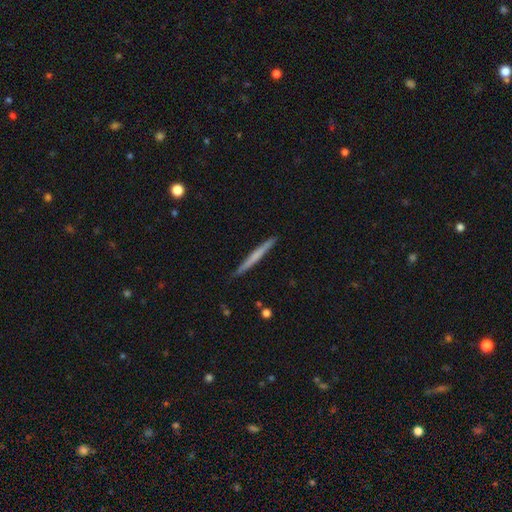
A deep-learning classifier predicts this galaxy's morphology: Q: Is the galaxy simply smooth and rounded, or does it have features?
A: smooth — 54%.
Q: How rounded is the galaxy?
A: cigar-shaped — 97%.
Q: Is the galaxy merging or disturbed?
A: none — 90%.